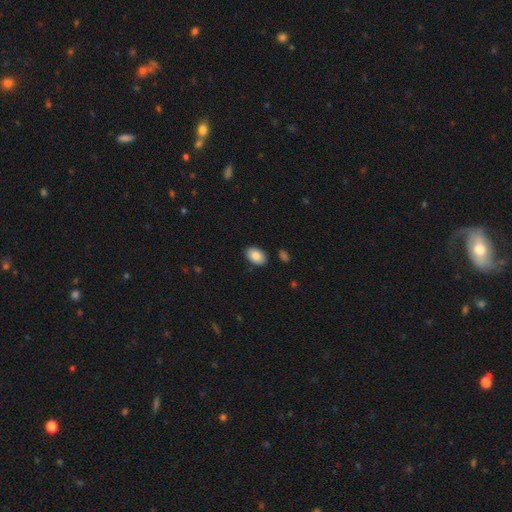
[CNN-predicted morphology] smooth-or-featured: smooth: 85% | featured or disk: 8% | star or artifact: 7%
  how-rounded: in between: 92% | round: 7% | cigar-shaped: 1%
  merging: none: 87% | minor disturbance: 9% | major disturbance: 2% | merger: 2%